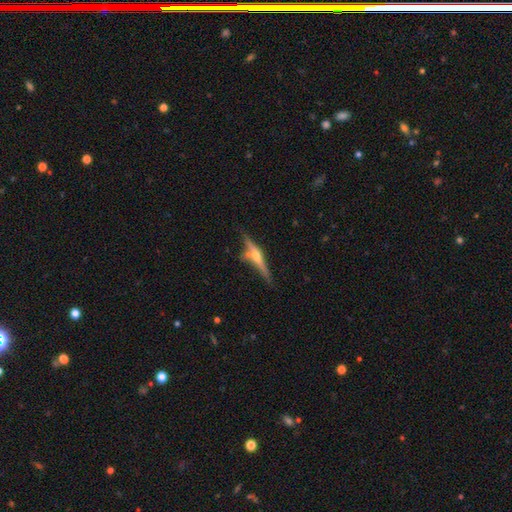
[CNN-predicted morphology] A featured or disk galaxy (74%) viewed edge-on (95%) with a rounded central bulge (90%).

Vote fractions:
- Smooth or featured? featured or disk: 74% / smooth: 19% / star or artifact: 8%
- Edge-on disk? yes: 95% / no: 5%
- Edge-on bulge? rounded: 90% / none: 6% / boxy: 4%
- Merging? none: 67% / minor disturbance: 16% / merger: 12% / major disturbance: 6%